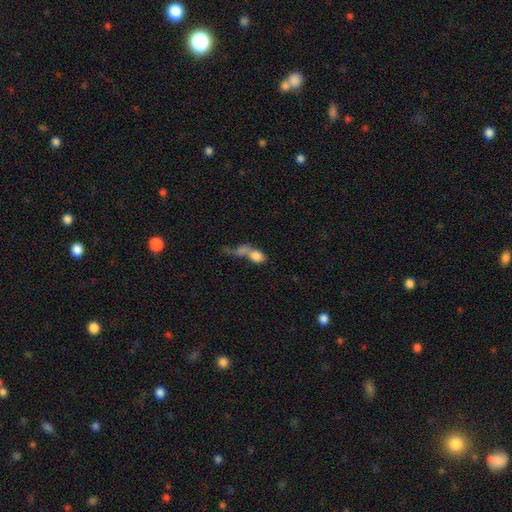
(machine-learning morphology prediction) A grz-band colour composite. It shows a smooth galaxy with no disk features (74%) that is in between round and cigar-shaped (67%). Merging: merger (67%).